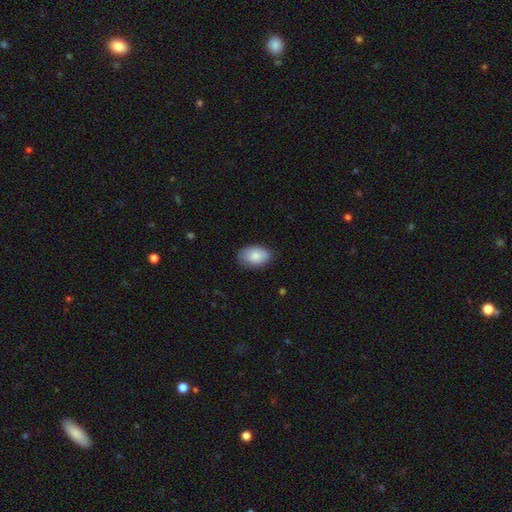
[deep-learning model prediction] smooth-or-featured: smooth: 84% | featured or disk: 10% | star or artifact: 6%
  how-rounded: in between: 89% | round: 10% | cigar-shaped: 1%
  merging: none: 76% | minor disturbance: 19% | major disturbance: 4% | merger: 1%